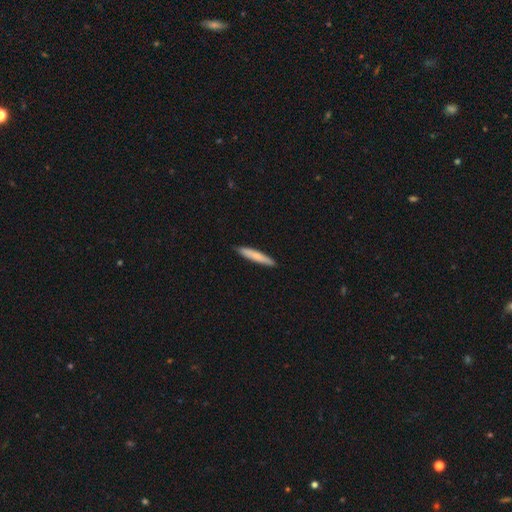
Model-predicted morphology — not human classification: Overall: smooth (73%). How rounded: cigar-shaped (93%). Merging: none (90%).